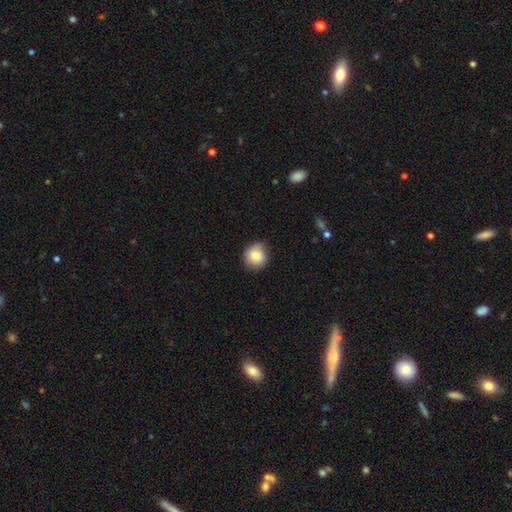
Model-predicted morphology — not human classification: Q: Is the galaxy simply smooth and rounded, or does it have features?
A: smooth — 82%.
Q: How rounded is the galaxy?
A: round — 85%.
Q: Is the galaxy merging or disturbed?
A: none — 80%.